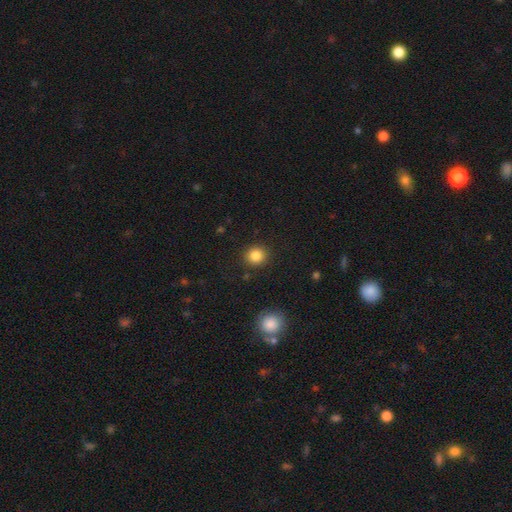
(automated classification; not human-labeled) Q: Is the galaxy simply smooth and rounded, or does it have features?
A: smooth — 85%.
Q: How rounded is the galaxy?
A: round — 89%.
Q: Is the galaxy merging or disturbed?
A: none — 89%.